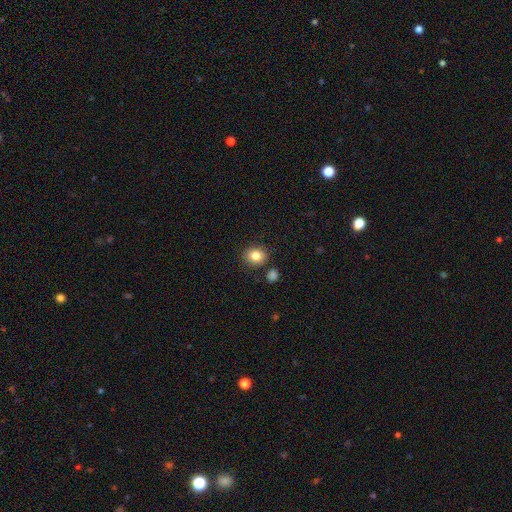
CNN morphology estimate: Smooth or featured: smooth — 83% (star or artifact — 10%)
How rounded: round — 58% (in between — 41%)
Merging: none — 83% (minor disturbance — 9%)